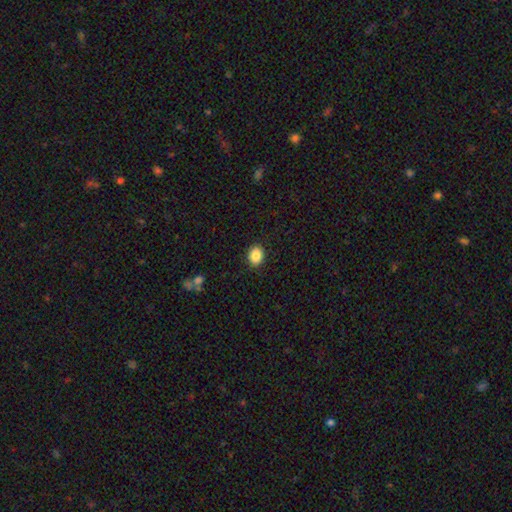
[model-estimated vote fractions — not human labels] smooth_or_featured: smooth (p=0.87) [alt: star or artifact p=0.09]
how_rounded: in between (p=0.52) [alt: round p=0.47]
merging: none (p=0.89) [alt: minor disturbance p=0.08]